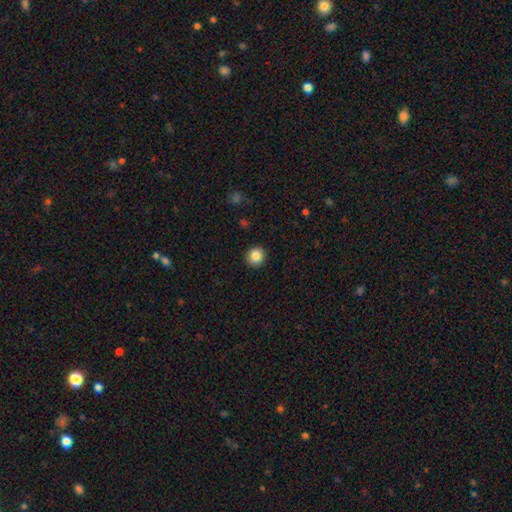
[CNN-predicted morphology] smooth_or_featured: smooth (p=0.86) [alt: star or artifact p=0.10]
how_rounded: round (p=0.90) [alt: in between p=0.09]
merging: none (p=0.92) [alt: minor disturbance p=0.06]